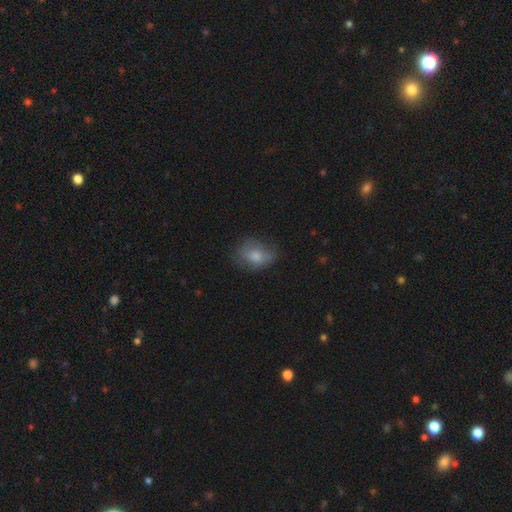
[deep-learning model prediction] This is likely a smooth galaxy (73%). How rounded: likely in between (63%). Merging: possibly none (56%).